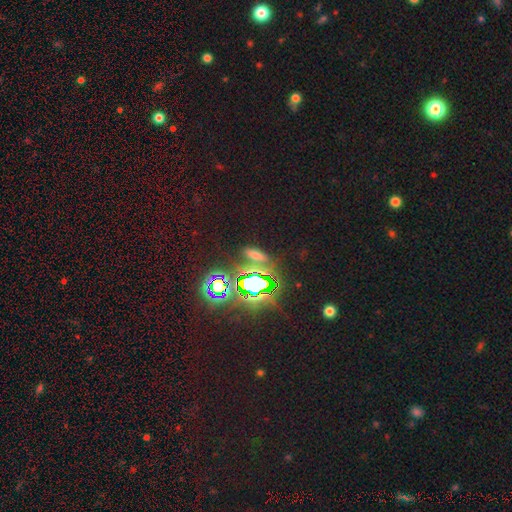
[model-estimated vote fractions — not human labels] Smooth or featured? Predicted: star or artifact (p=0.47).